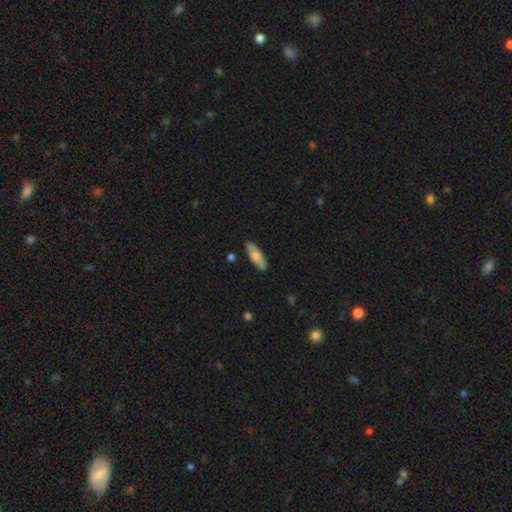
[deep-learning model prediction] This appears to be a smooth galaxy with no disk features (73%) that is in between round and cigar-shaped (59%). Merging: none (88%).